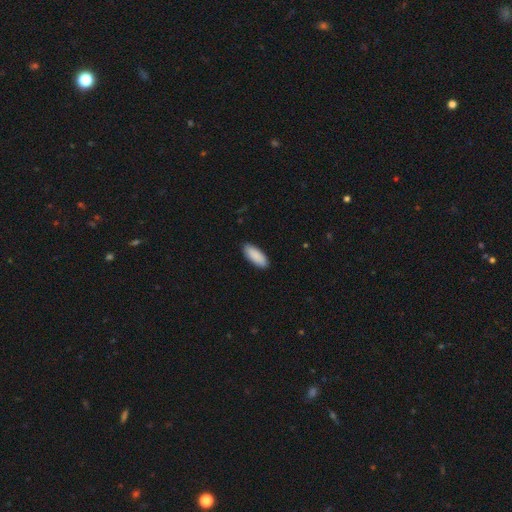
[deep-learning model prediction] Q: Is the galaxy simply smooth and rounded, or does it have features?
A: smooth — 91%.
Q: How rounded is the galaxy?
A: in between — 81%.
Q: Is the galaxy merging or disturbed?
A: none — 90%.